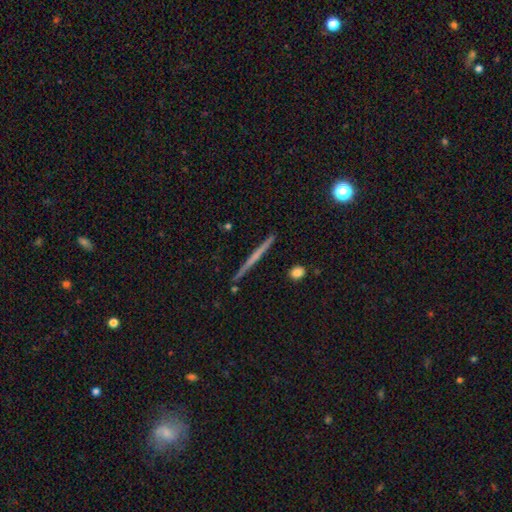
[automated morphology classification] Overall: featured or disk (57%; smooth 36%). Edge-on disk: yes (98%). Edge-on bulge: none (79%). Merging: none (91%).